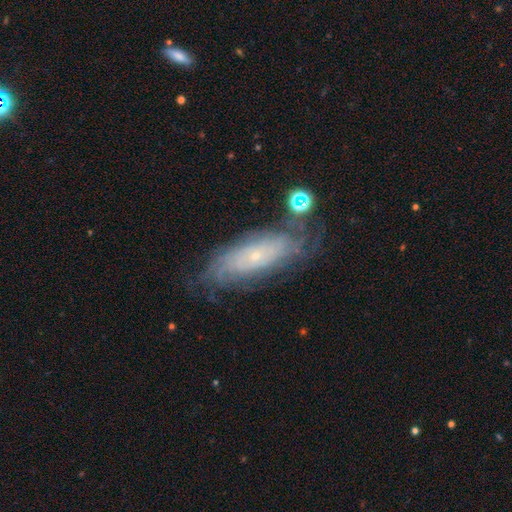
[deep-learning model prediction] Smooth or featured: featured or disk — 72% (smooth — 20%)
Edge-on disk: no — 85% (yes — 15%)
Bar: no — 83% (weak — 13%)
Spiral arms: yes — 84% (no — 16%)
Spiral winding: tight — 74% (medium — 19%)
Spiral arm count: can't tell — 65% (2 — 9%)
Bulge size: small — 85% (moderate — 11%)
Merging: none — 67% (minor disturbance — 20%)